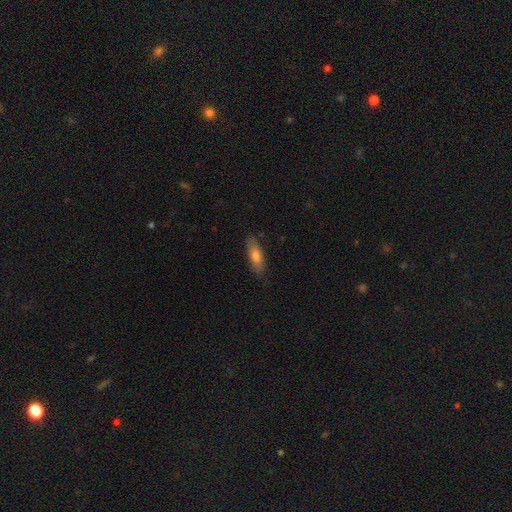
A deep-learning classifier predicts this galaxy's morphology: smooth 73%, featured or disk 20%, star or artifact 6%. Down the decision tree: how rounded — in between (56%); merging — none (82%).